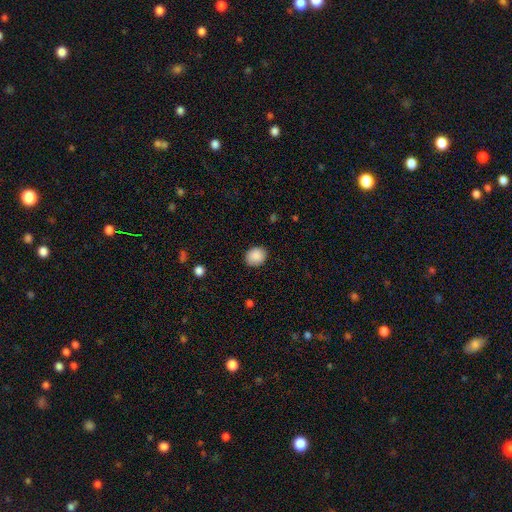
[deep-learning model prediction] The model was most divided on "how rounded": round: 66%, in between: 34%, cigar-shaped: 1%. More confident: smooth or featured — smooth (89%); merging — none (87%).